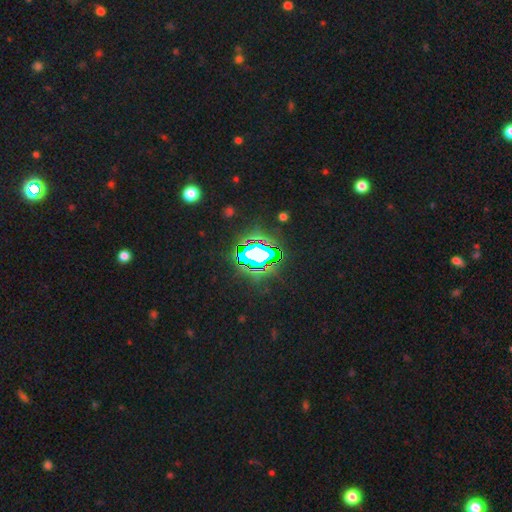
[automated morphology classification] Smooth or featured: star or artifact — 72% (smooth — 15%)